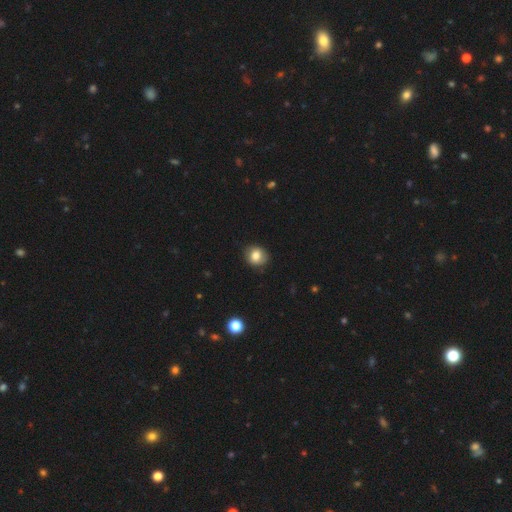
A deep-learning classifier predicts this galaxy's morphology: Smooth or featured: smooth — 80% (featured or disk — 10%)
How rounded: round — 77% (in between — 22%)
Merging: none — 82% (minor disturbance — 14%)